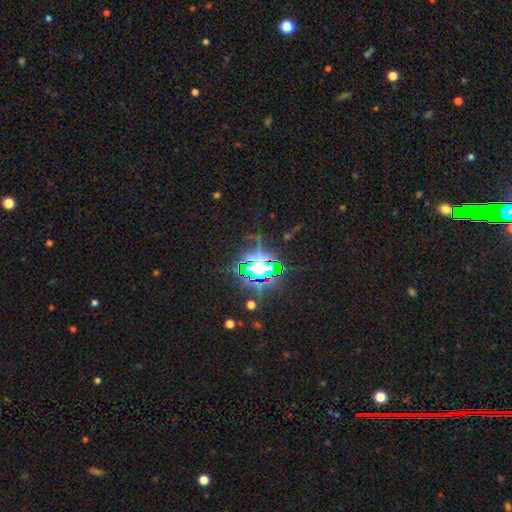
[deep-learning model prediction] Smooth or featured: star or artifact — 76% (smooth — 13%)